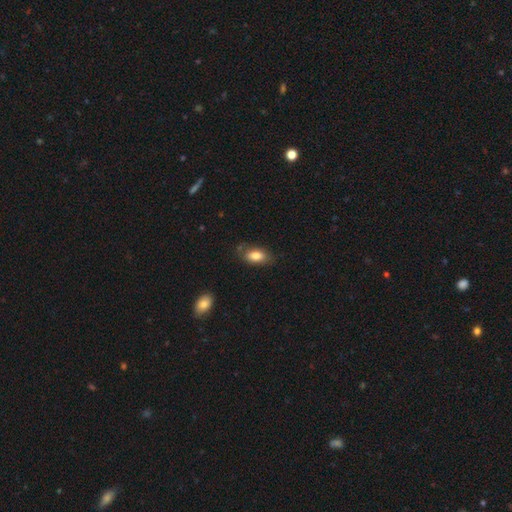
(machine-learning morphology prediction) smooth 82%, featured or disk 11%, star or artifact 7%. Down the decision tree: how rounded — in between (90%); merging — none (72%).